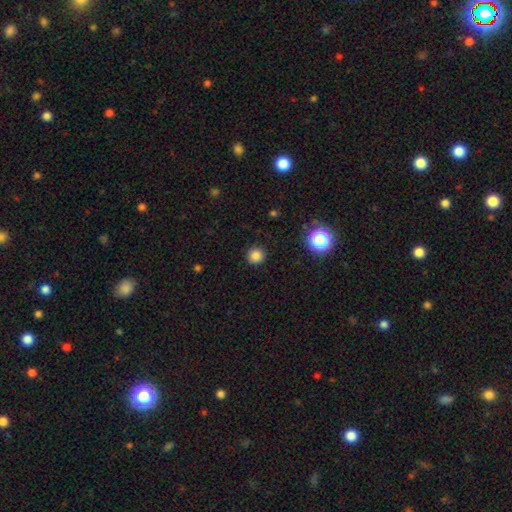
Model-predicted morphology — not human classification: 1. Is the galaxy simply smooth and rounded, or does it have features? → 82% smooth, 14% star or artifact, 4% featured or disk.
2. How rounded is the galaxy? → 95% round, 4% in between, 1% cigar-shaped.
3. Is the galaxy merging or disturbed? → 92% none, 5% minor disturbance, 2% major disturbance, 1% merger.